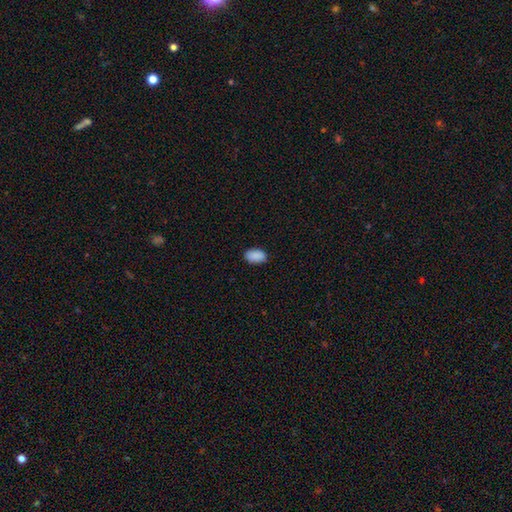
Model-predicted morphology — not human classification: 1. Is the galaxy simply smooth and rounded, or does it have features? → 89% smooth, 7% star or artifact, 4% featured or disk.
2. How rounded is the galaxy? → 92% in between, 7% round, 1% cigar-shaped.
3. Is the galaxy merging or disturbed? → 83% none, 13% minor disturbance, 2% major disturbance, 1% merger.